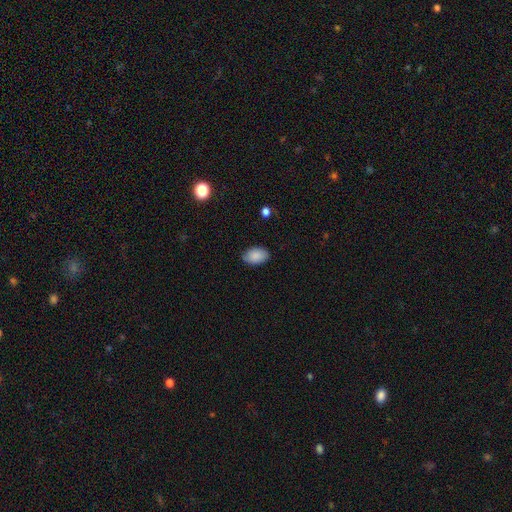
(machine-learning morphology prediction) type=smooth (88%); roundness=in between (91%); merging=none (84%).